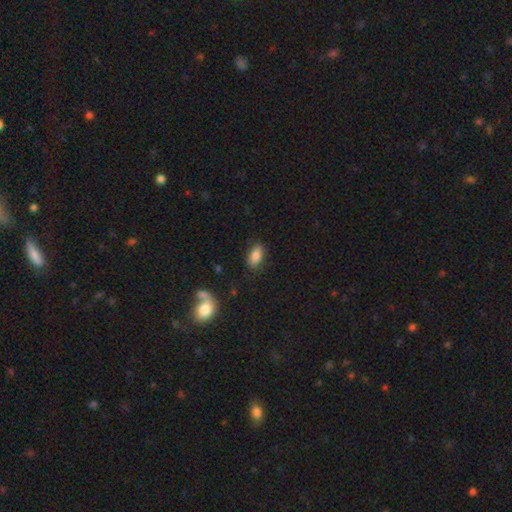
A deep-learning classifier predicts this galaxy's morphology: Smooth or featured? smooth (84%)
How rounded? in between (90%)
Merging? none (82%)